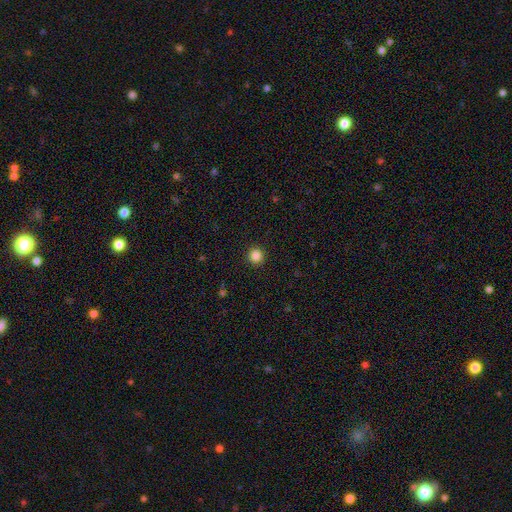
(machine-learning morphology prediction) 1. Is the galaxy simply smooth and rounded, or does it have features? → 85% smooth, 11% star or artifact, 4% featured or disk.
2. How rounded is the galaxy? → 94% round, 5% in between, 1% cigar-shaped.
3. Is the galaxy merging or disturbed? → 93% none, 5% minor disturbance, 2% major disturbance, 1% merger.